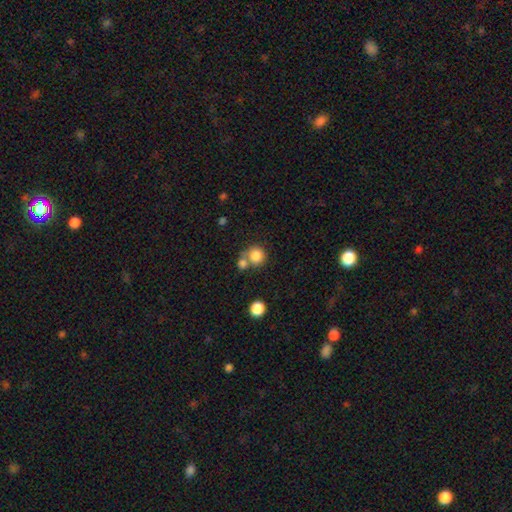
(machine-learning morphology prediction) Smooth or featured: smooth — 83% (star or artifact — 10%)
How rounded: round — 87% (in between — 12%)
Merging: none — 51% (merger — 37%)